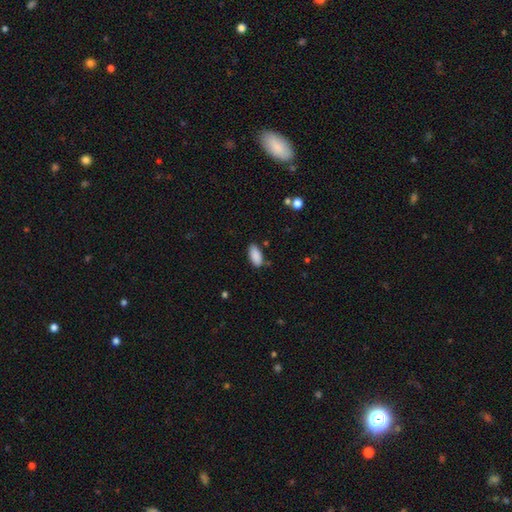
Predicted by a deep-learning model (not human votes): Smooth or featured: smooth — 89% (star or artifact — 7%)
How rounded: in between — 92% (cigar-shaped — 6%)
Merging: none — 82% (minor disturbance — 13%)